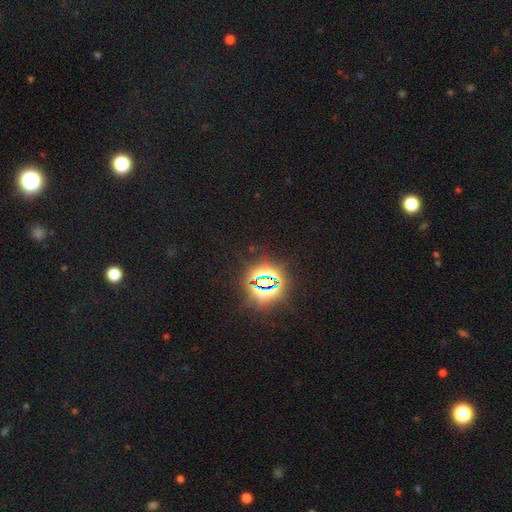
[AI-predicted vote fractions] Q: Smooth or featured?
A: star or artifact (81%); runner-up: smooth (13%)